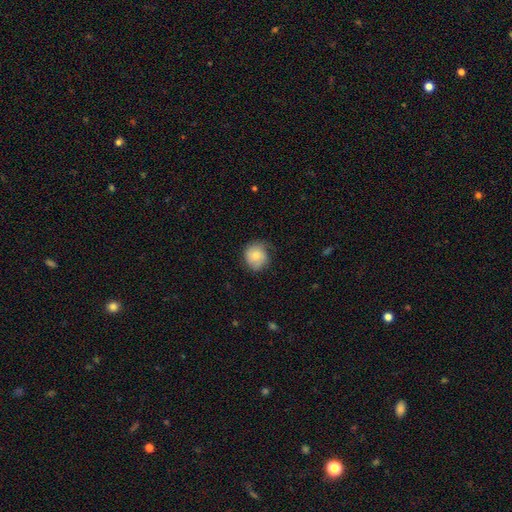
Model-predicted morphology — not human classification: The model was most divided on "merging": none: 65%, minor disturbance: 26%, major disturbance: 8%, merger: 1%. More confident: how rounded — round (81%); smooth or featured — smooth (70%).